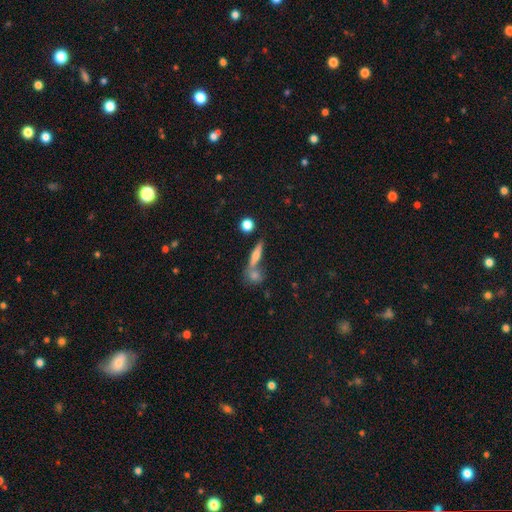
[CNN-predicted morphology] Smooth or featured: smooth — 50% (featured or disk — 41%)
How rounded: cigar-shaped — 72% (in between — 22%)
Merging: none — 62% (merger — 24%)